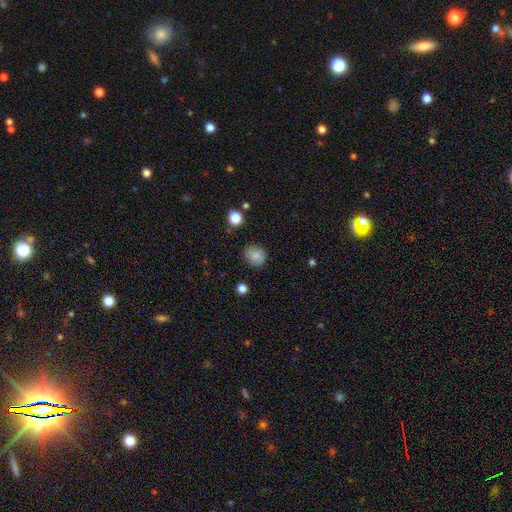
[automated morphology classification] smooth_or_featured: smooth (p=0.80) [alt: featured or disk p=0.10]
how_rounded: round (p=0.84) [alt: in between p=0.15]
merging: none (p=0.84) [alt: minor disturbance p=0.12]